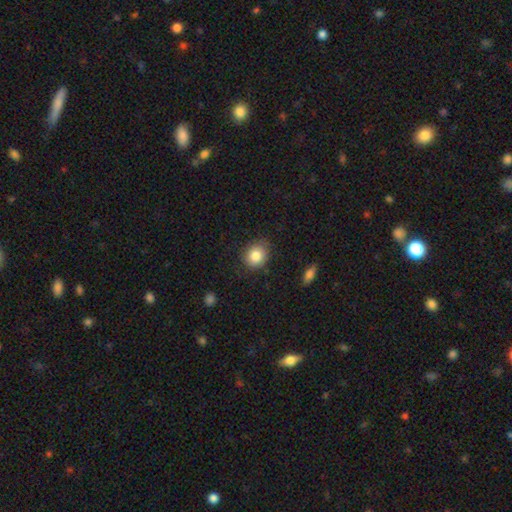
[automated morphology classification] Smooth or featured?
  - smooth: 84% *
  - star or artifact: 9%
  - featured or disk: 7%
How rounded?
  - round: 71% *
  - in between: 29%
  - cigar-shaped: 1%
Merging?
  - none: 81% *
  - minor disturbance: 15%
  - major disturbance: 3%
  - merger: 1%